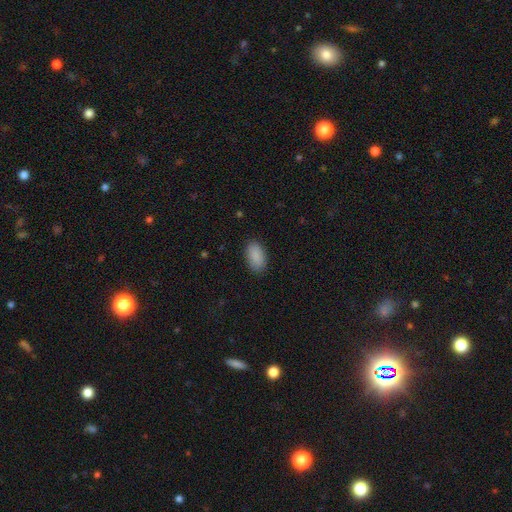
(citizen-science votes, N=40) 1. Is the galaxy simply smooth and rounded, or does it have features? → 92% smooth, 5% star or artifact, 2% featured or disk.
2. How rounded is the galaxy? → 97% in between, 3% round, 0% cigar-shaped.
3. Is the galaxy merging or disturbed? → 92% none, 8% minor disturbance, 0% major disturbance, 0% merger.